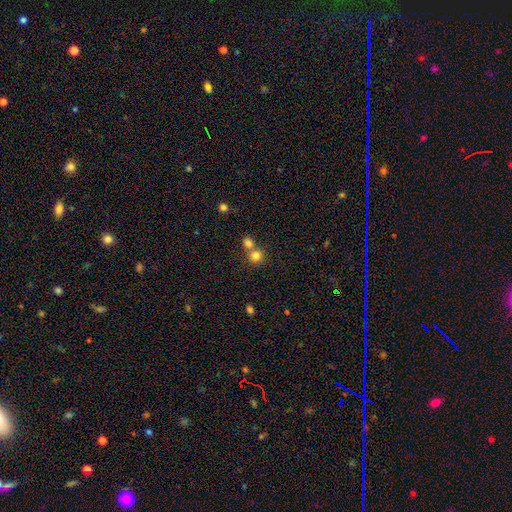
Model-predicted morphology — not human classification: Smooth or featured?
  - smooth: 80% *
  - star or artifact: 13%
  - featured or disk: 7%
How rounded?
  - round: 89% *
  - in between: 10%
  - cigar-shaped: 1%
Merging?
  - none: 49% *
  - merger: 43%
  - minor disturbance: 5%
  - major disturbance: 2%